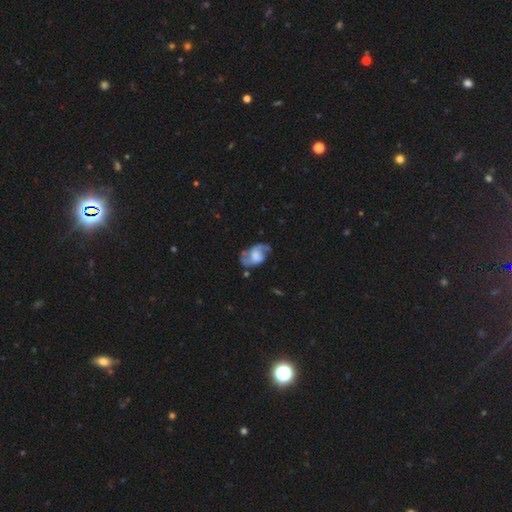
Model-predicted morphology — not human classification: Q: Smooth or featured?
A: featured or disk (62%); runner-up: smooth (30%)
Q: Edge-on disk?
A: no (96%); runner-up: yes (4%)
Q: Bar?
A: no (58%); runner-up: weak (34%)
Q: Spiral arms?
A: yes (75%); runner-up: no (25%)
Q: Bulge size?
A: large (30%); runner-up: none (26%)
Q: Merging?
A: none (51%); runner-up: minor disturbance (26%)